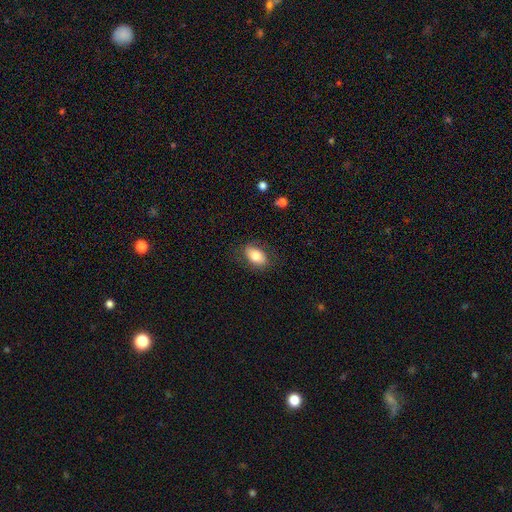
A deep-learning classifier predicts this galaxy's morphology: Q: Smooth or featured?
A: smooth (79%); runner-up: featured or disk (13%)
Q: How rounded?
A: in between (88%); runner-up: round (10%)
Q: Merging?
A: none (82%); runner-up: minor disturbance (13%)